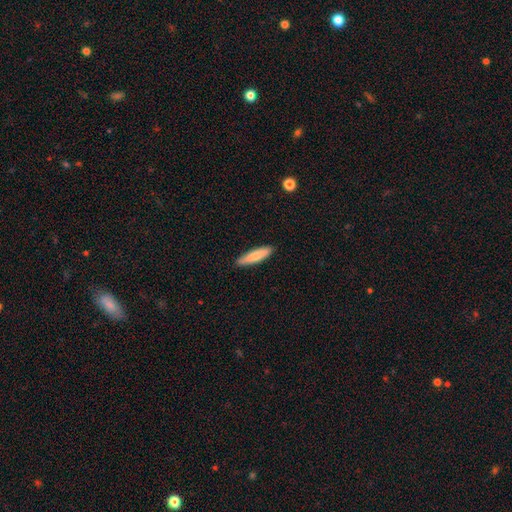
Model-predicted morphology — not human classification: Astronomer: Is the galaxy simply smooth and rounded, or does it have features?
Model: smooth — 78%.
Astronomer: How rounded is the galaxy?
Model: cigar-shaped — 81%.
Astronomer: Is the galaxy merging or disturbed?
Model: none — 90%.